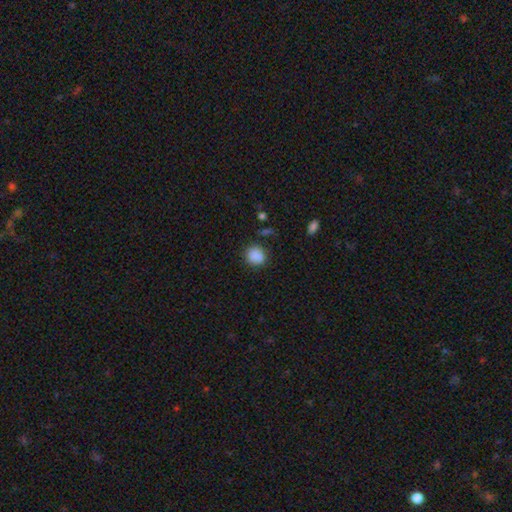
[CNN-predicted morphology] smooth_or_featured: smooth (p=0.87) [alt: star or artifact p=0.09]
how_rounded: round (p=0.81) [alt: in between p=0.18]
merging: none (p=0.81) [alt: minor disturbance p=0.12]